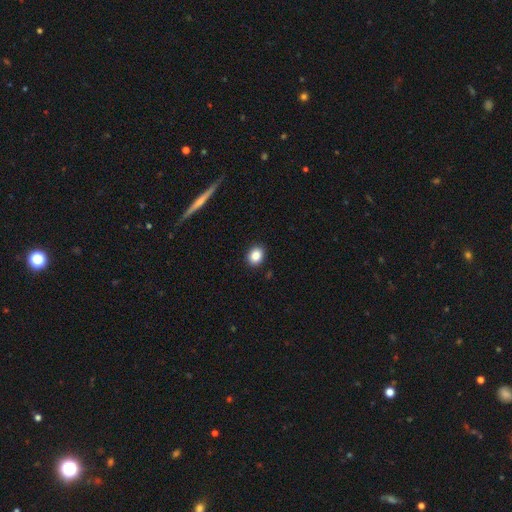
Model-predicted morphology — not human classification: This appears to be a smooth galaxy with no disk features (87%) that is round (59%). Merging: none (90%).